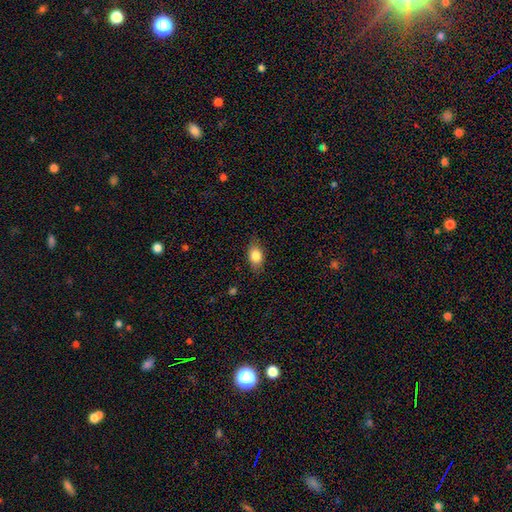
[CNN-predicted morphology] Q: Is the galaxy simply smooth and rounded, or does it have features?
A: smooth — 83%.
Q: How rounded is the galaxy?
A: in between — 82%.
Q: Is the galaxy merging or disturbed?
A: none — 81%.